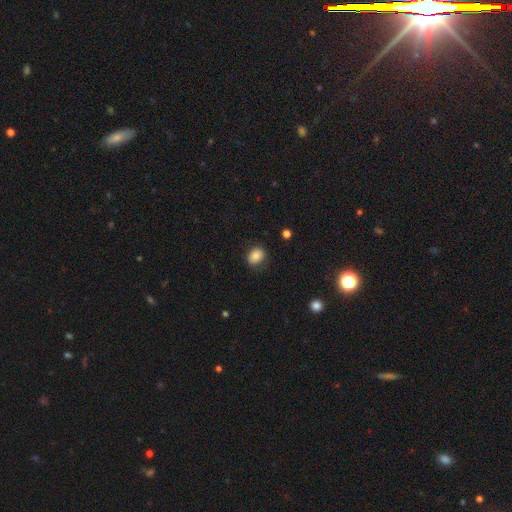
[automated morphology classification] A smooth galaxy with no disk features (81%) that is round (50%).

Vote fractions:
- Smooth or featured? smooth: 81% / star or artifact: 10% / featured or disk: 9%
- How rounded? round: 50% / in between: 49% / cigar-shaped: 1%
- Merging? none: 81% / minor disturbance: 14% / major disturbance: 4% / merger: 1%